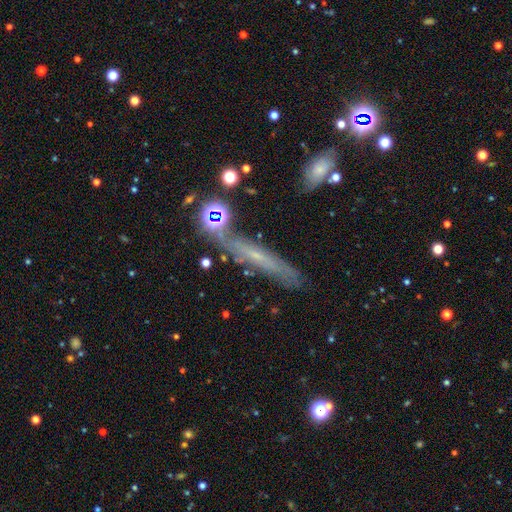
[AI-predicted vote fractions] This is possibly a featured or disk galaxy (55%). It is likely viewed edge-on (71%). Merging: likely none (69%).